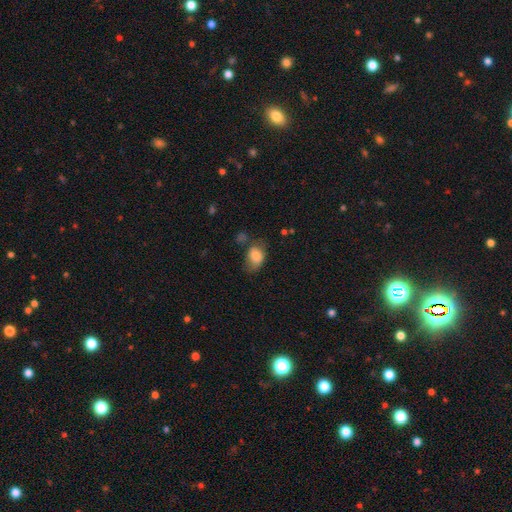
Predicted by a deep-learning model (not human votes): A smooth galaxy with no disk features (79%) that is in between round and cigar-shaped (78%). Merging: none (43%).